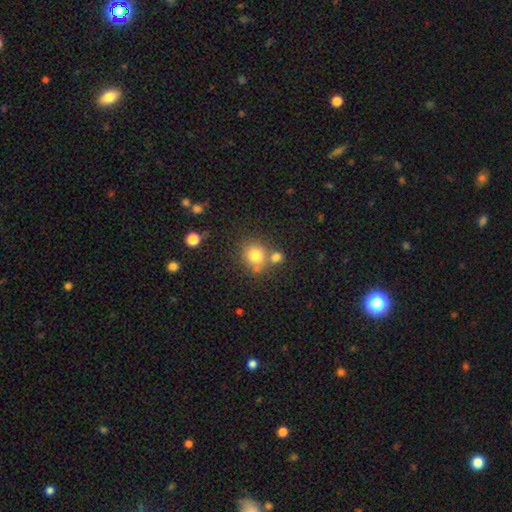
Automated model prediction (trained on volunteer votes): smooth-or-featured: smooth: 77% | star or artifact: 12% | featured or disk: 10%
  how-rounded: round: 84% | in between: 15% | cigar-shaped: 1%
  merging: none: 59% | merger: 27% | minor disturbance: 11% | major disturbance: 4%